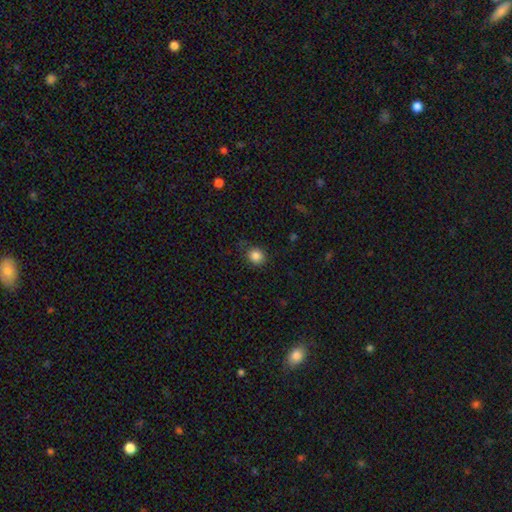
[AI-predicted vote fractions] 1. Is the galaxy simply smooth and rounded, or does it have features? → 85% smooth, 11% star or artifact, 5% featured or disk.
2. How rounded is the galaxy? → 75% round, 24% in between, 1% cigar-shaped.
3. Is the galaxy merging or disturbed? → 79% none, 16% minor disturbance, 4% major disturbance, 1% merger.